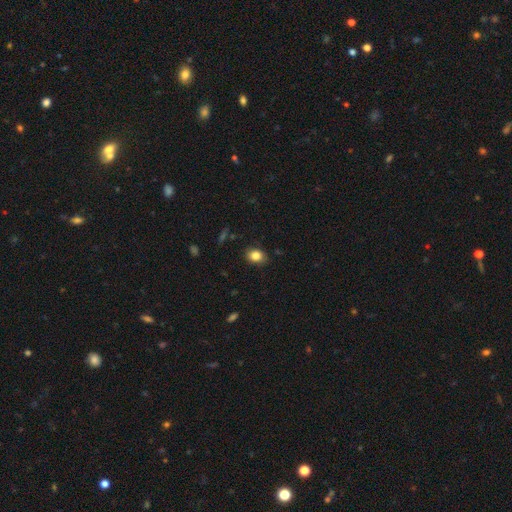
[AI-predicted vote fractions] This appears to be a smooth galaxy with no disk features (84%) that is in between round and cigar-shaped (60%). Merging: none (85%).